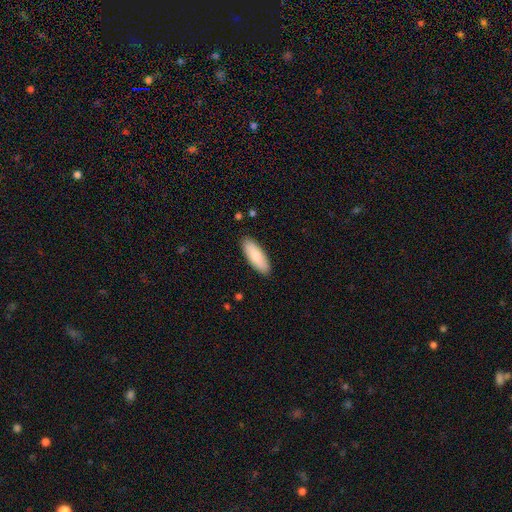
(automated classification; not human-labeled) smooth-or-featured: smooth: 84% | featured or disk: 11% | star or artifact: 5%
  how-rounded: in between: 70% | cigar-shaped: 29% | round: 2%
  merging: none: 89% | minor disturbance: 8% | major disturbance: 2% | merger: 1%